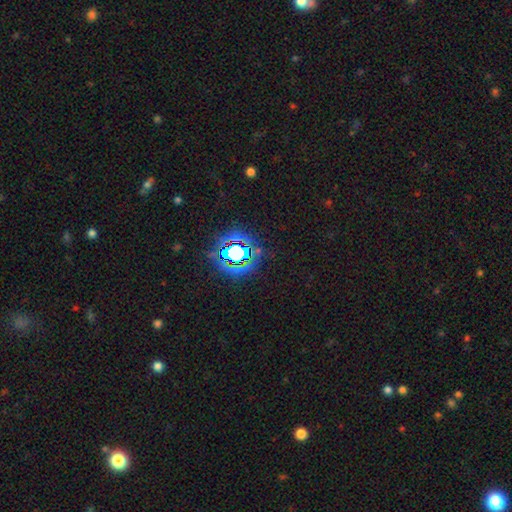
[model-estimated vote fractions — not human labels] smooth-or-featured: star or artifact: 80% | smooth: 12% | featured or disk: 7%